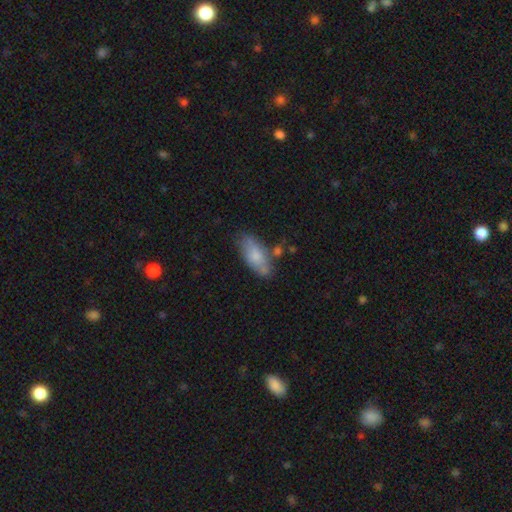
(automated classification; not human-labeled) Overall: smooth (74%). How rounded: in between (79%). Merging: none (66%).